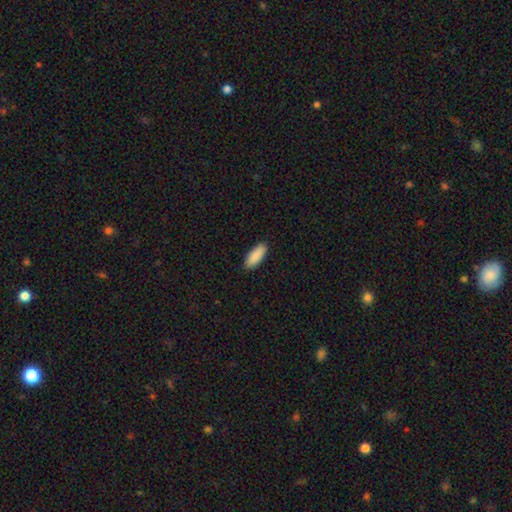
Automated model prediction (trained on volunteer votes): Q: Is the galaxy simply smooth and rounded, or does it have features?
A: smooth — 91%.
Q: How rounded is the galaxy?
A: in between — 76%.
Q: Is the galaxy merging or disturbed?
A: none — 89%.